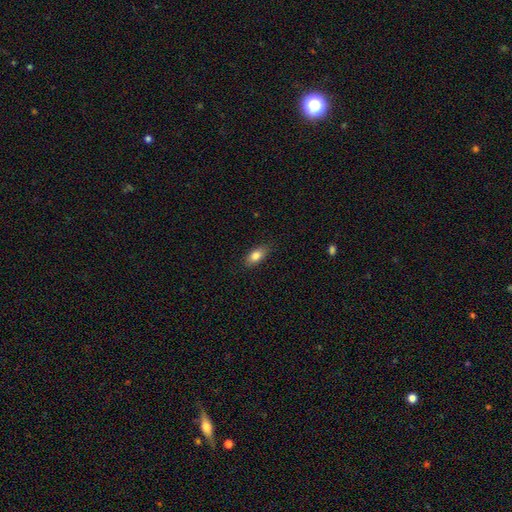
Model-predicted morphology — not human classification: The model was most divided on "merging": none: 83%, minor disturbance: 13%, major disturbance: 3%, merger: 1%. More confident: how rounded — in between (87%); smooth or featured — smooth (83%).